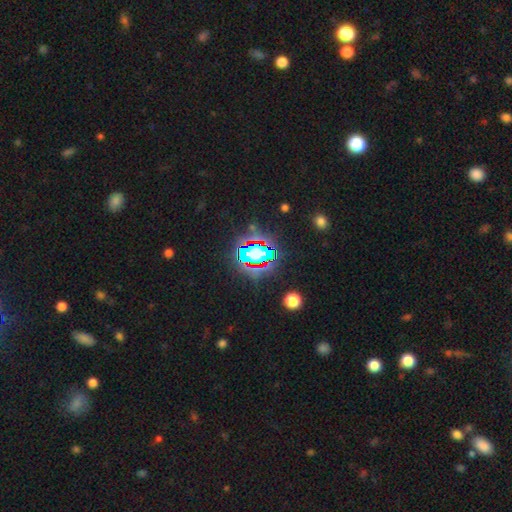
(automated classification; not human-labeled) Morphology: type=star or artifact (77%).